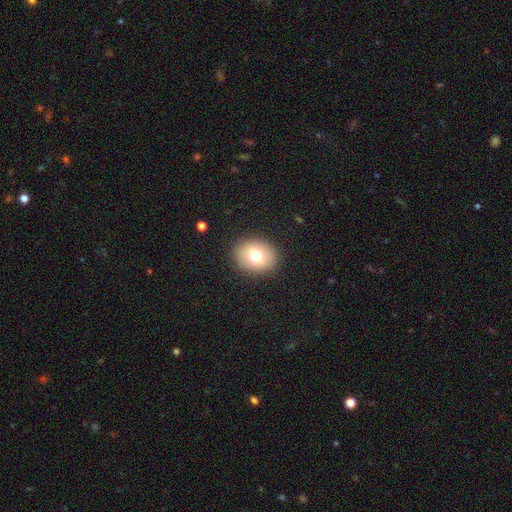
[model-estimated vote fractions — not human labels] Q: Smooth or featured?
A: smooth (72%); runner-up: featured or disk (17%)
Q: How rounded?
A: round (51%); runner-up: in between (48%)
Q: Merging?
A: none (88%); runner-up: minor disturbance (8%)